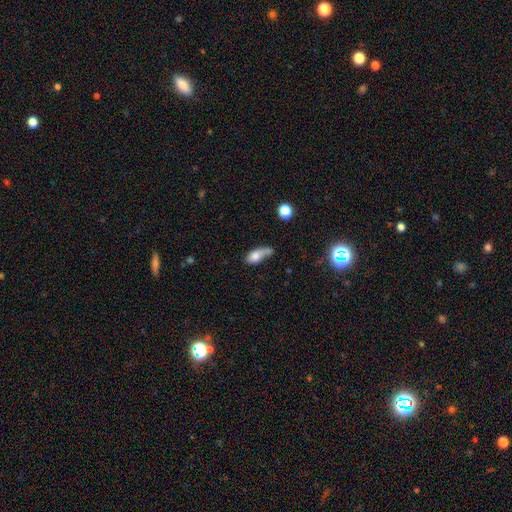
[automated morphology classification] smooth_or_featured: smooth (p=0.71) [alt: featured or disk p=0.20]
how_rounded: in between (p=0.73) [alt: cigar-shaped p=0.19]
merging: minor disturbance (p=0.30) [alt: none p=0.29]